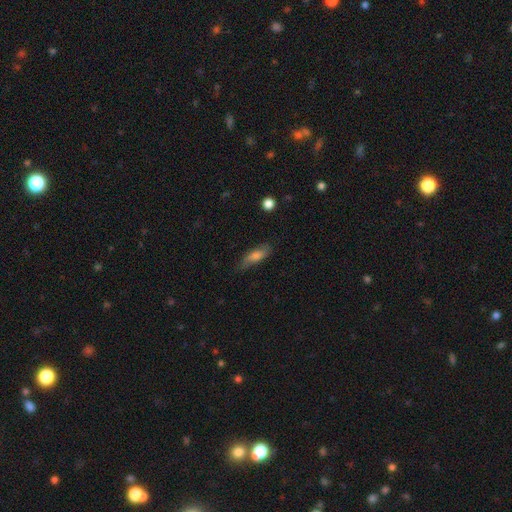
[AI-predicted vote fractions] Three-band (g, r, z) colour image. It shows a smooth galaxy with no disk features (70%) that is in between round and cigar-shaped (53%). Merging: none (71%).